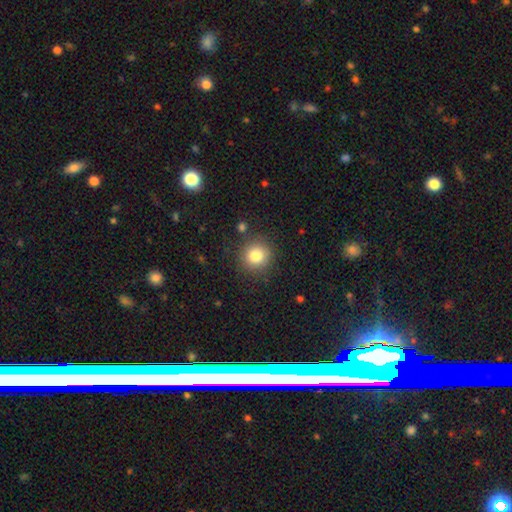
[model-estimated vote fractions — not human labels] Q: Smooth or featured?
A: smooth (81%); runner-up: star or artifact (11%)
Q: How rounded?
A: round (92%); runner-up: in between (7%)
Q: Merging?
A: none (87%); runner-up: minor disturbance (8%)